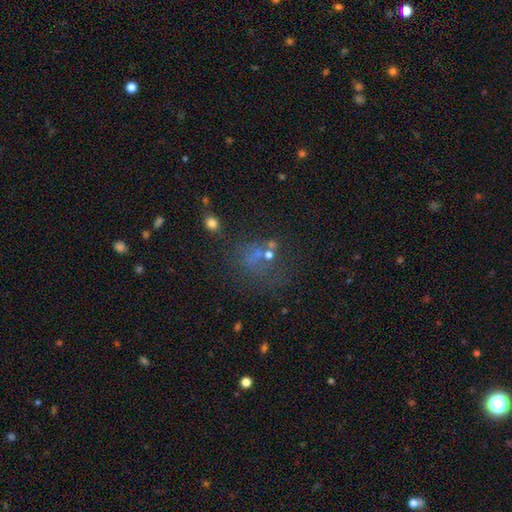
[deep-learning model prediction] A smooth galaxy with no disk features (43%). Merging: none (51%).